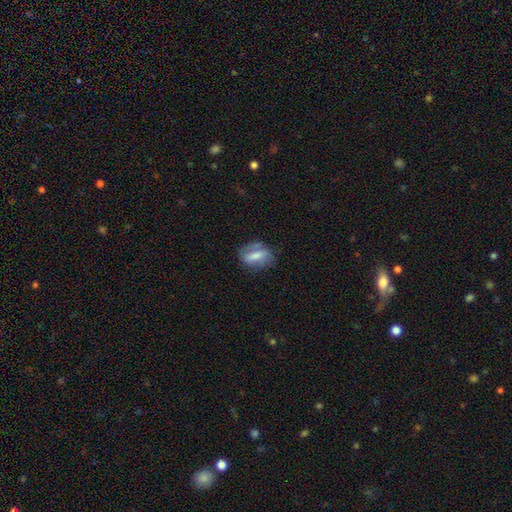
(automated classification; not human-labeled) This is possibly a smooth galaxy (55%). How rounded: likely in between (74%). Merging: likely none (62%).